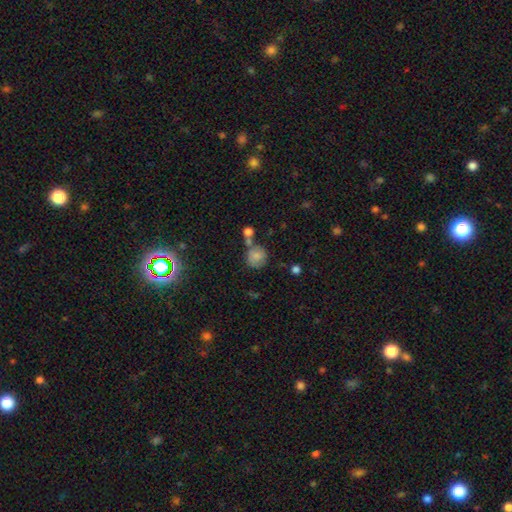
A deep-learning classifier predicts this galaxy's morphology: A smooth galaxy with no disk features (78%) that is round (85%). Merging: none (54%).